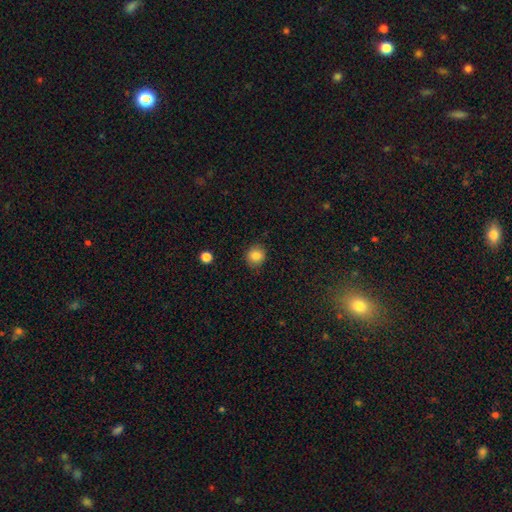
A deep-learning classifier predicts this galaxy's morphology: This is clearly a smooth galaxy (84%). How rounded: clearly round (85%). Merging: clearly none (89%).